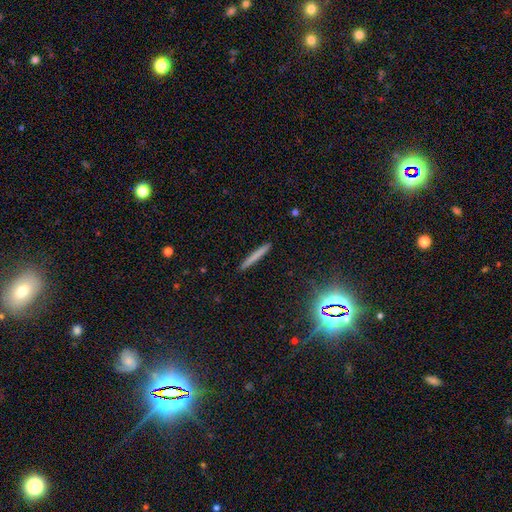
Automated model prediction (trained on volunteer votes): Smooth or featured? Predicted: smooth (p=0.68). How rounded? Predicted: cigar-shaped (p=0.96). Merging? Predicted: none (p=0.91).